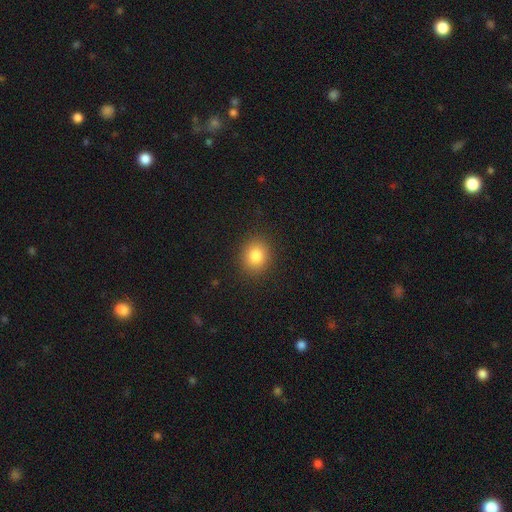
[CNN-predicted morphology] smooth_or_featured: smooth (p=0.84) [alt: star or artifact p=0.10]
how_rounded: round (p=0.69) [alt: in between p=0.30]
merging: none (p=0.89) [alt: minor disturbance p=0.08]